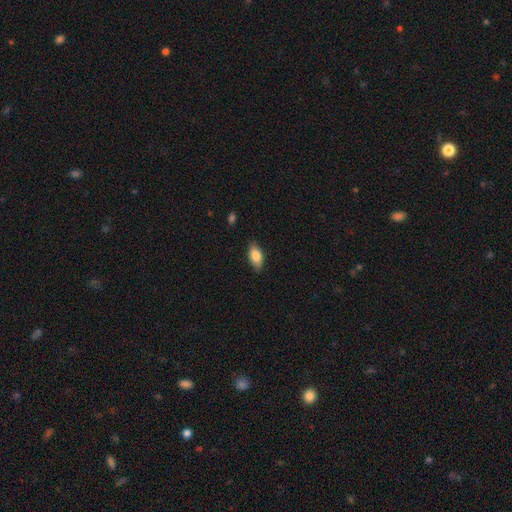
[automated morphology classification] Overall: smooth (83%). How rounded: in between (90%). Merging: none (83%).